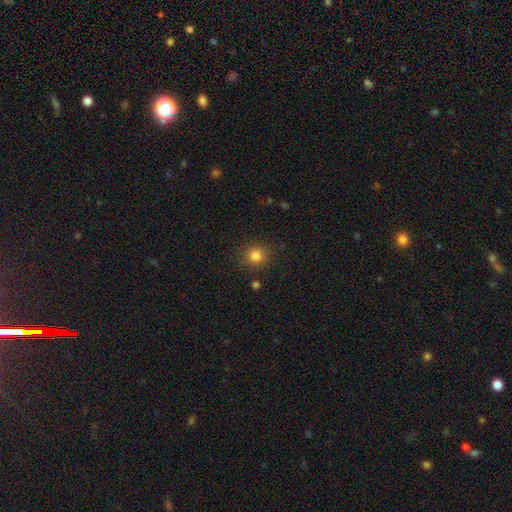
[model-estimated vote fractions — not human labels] A smooth galaxy with no disk features (83%) that is round (90%).

Vote fractions:
- Smooth or featured? smooth: 83% / star or artifact: 12% / featured or disk: 5%
- How rounded? round: 90% / in between: 9% / cigar-shaped: 1%
- Merging? none: 87% / minor disturbance: 8% / major disturbance: 3% / merger: 2%